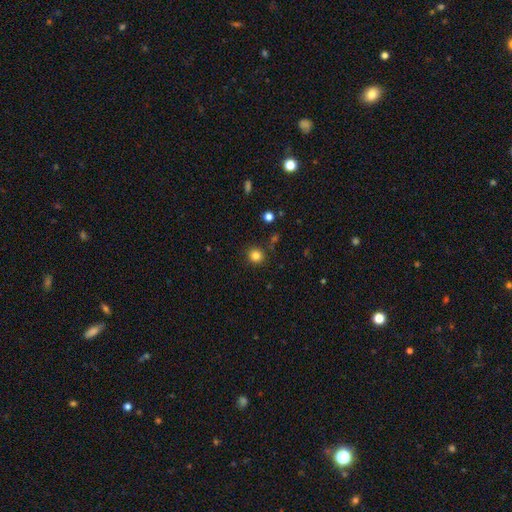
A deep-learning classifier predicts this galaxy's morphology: Smooth or featured? Predicted: smooth (p=0.83). How rounded? Predicted: round (p=0.91). Merging? Predicted: none (p=0.88).